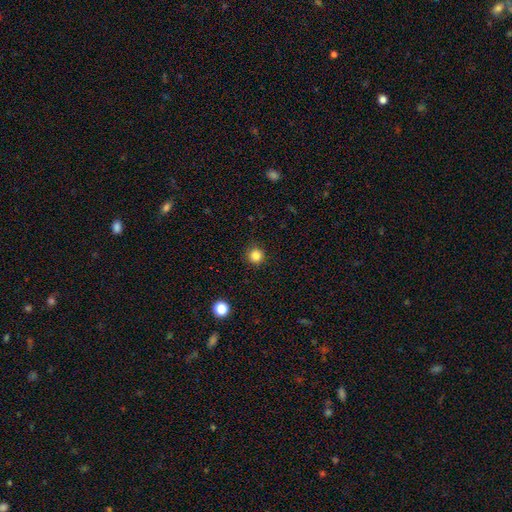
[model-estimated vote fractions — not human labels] The model was most divided on "smooth or featured": smooth: 84%, star or artifact: 12%, featured or disk: 4%. More confident: how rounded — round (95%); merging — none (91%).